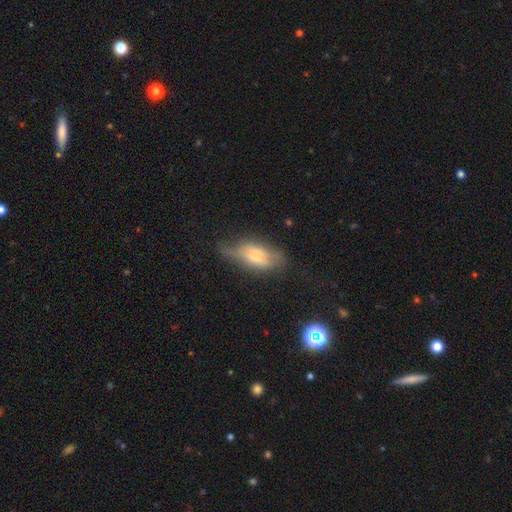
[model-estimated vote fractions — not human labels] Smooth or featured? smooth (52%)
How rounded? in between (77%)
Merging? none (39%)